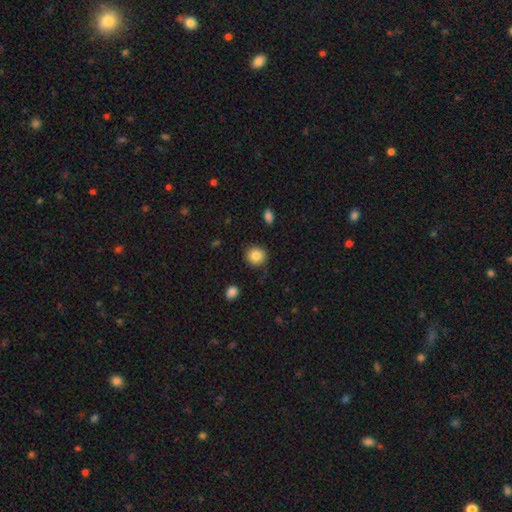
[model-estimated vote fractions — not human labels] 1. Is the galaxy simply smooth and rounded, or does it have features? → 84% smooth, 10% star or artifact, 6% featured or disk.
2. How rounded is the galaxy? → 91% round, 8% in between, 1% cigar-shaped.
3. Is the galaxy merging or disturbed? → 86% none, 9% minor disturbance, 3% major disturbance, 2% merger.